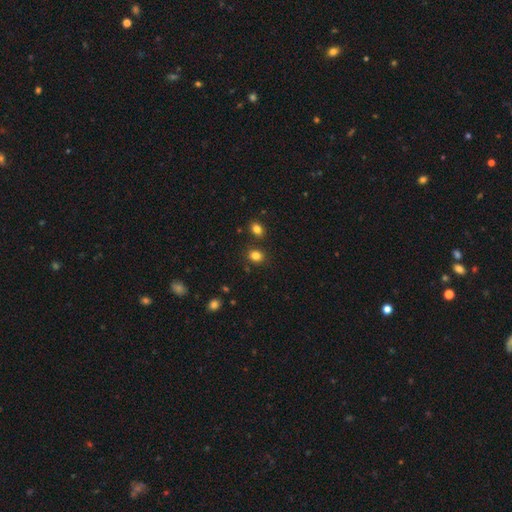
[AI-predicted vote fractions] Smooth or featured: smooth — 83% (star or artifact — 12%)
How rounded: round — 61% (in between — 38%)
Merging: none — 82% (minor disturbance — 9%)